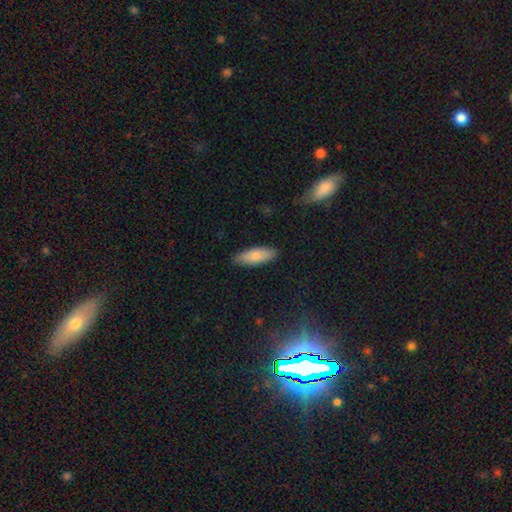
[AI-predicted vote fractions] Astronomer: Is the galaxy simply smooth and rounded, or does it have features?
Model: smooth — 83%.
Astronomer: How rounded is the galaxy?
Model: in between — 65%.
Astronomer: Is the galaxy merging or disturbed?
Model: none — 88%.